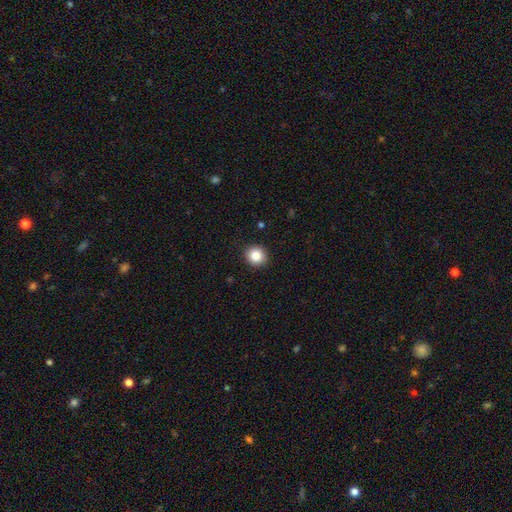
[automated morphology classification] smooth-or-featured: smooth: 85% | star or artifact: 10% | featured or disk: 5%
  how-rounded: round: 89% | in between: 11% | cigar-shaped: 1%
  merging: none: 92% | minor disturbance: 6% | major disturbance: 2% | merger: 1%